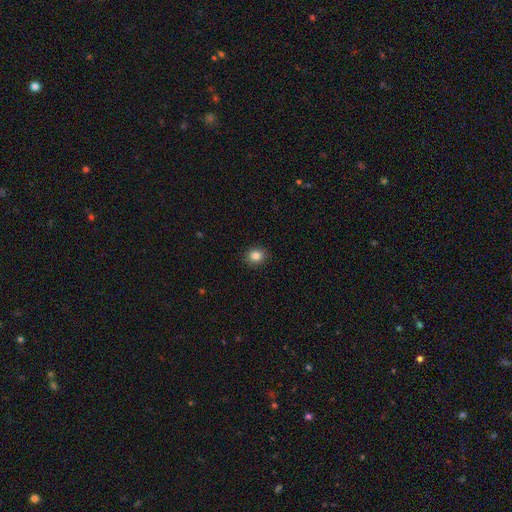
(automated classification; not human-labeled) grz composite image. It shows a smooth galaxy with no disk features (84%) that is round (74%). Merging: none (91%).